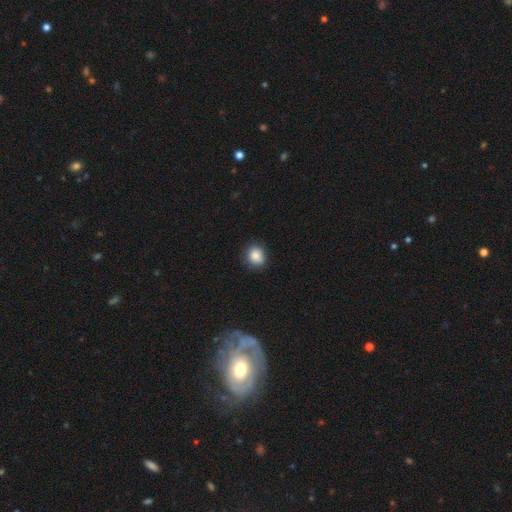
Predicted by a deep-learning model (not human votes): Q: Smooth or featured?
A: smooth (86%); runner-up: star or artifact (9%)
Q: How rounded?
A: round (75%); runner-up: in between (24%)
Q: Merging?
A: none (86%); runner-up: minor disturbance (11%)